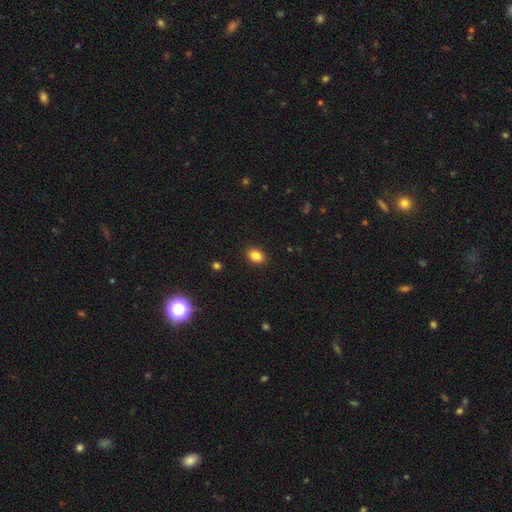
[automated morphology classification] Overall: smooth (86%). How rounded: in between (77%). Merging: none (90%).